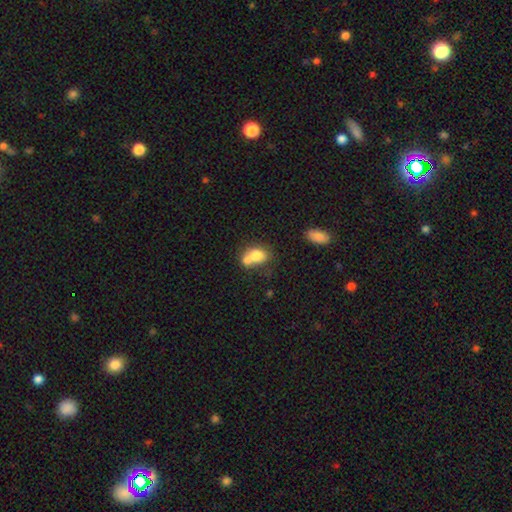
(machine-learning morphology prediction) A smooth galaxy with no disk features (74%) that is in between round and cigar-shaped (55%).

Vote fractions:
- Smooth or featured? smooth: 74% / featured or disk: 17% / star or artifact: 9%
- How rounded? in between: 55% / round: 44% / cigar-shaped: 1%
- Merging? merger: 58% / none: 29% / minor disturbance: 9% / major disturbance: 4%